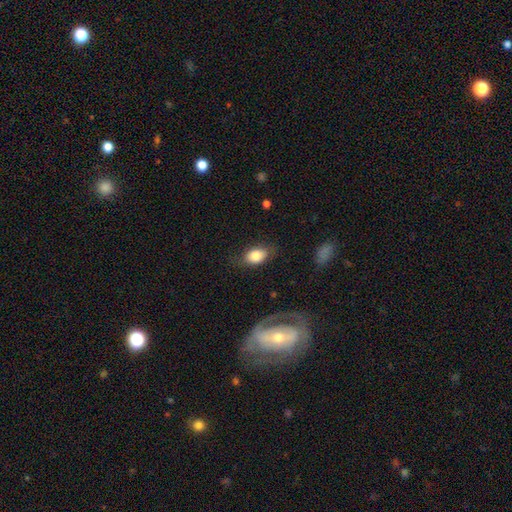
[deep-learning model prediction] smooth-or-featured: smooth: 81% | featured or disk: 12% | star or artifact: 7%
  how-rounded: in between: 86% | round: 12% | cigar-shaped: 2%
  merging: none: 74% | minor disturbance: 18% | major disturbance: 6% | merger: 2%